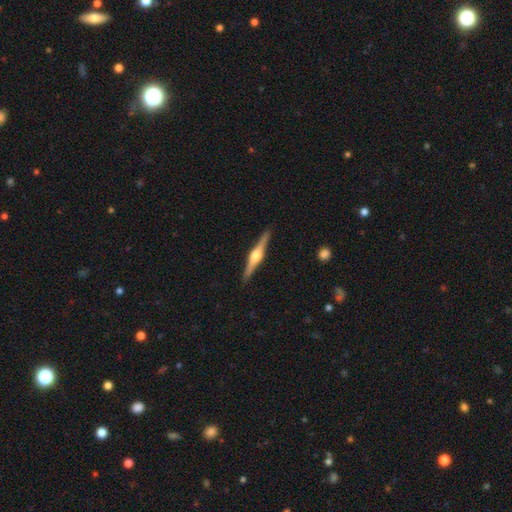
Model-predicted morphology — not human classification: This is clearly a featured or disk galaxy (84%). It is clearly viewed edge-on (99%). Edge-on bulge: clearly rounded (93%). Merging: clearly none (92%).